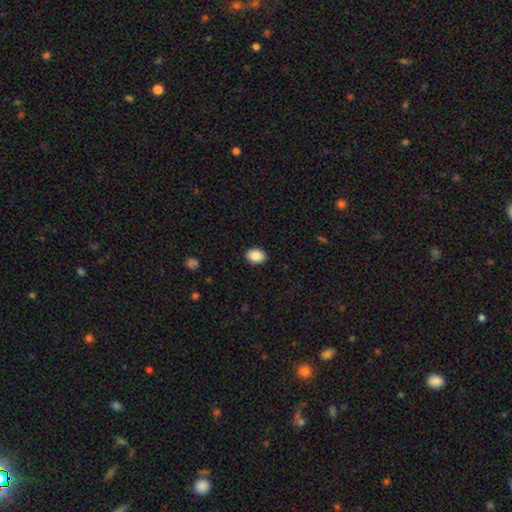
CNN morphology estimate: Q: Smooth or featured?
A: smooth (88%); runner-up: star or artifact (8%)
Q: How rounded?
A: in between (64%); runner-up: round (35%)
Q: Merging?
A: none (90%); runner-up: minor disturbance (7%)